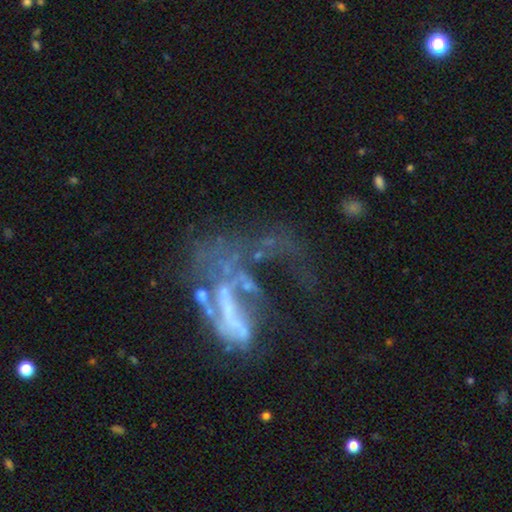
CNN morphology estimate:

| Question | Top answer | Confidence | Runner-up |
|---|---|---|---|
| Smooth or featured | featured or disk | 59% | star or artifact (23%) |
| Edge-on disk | no | 92% | yes (8%) |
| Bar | no | 72% | weak (14%) |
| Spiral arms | no | 77% | yes (23%) |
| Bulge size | none | 72% | small (14%) |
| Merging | major disturbance | 55% | merger (18%) |